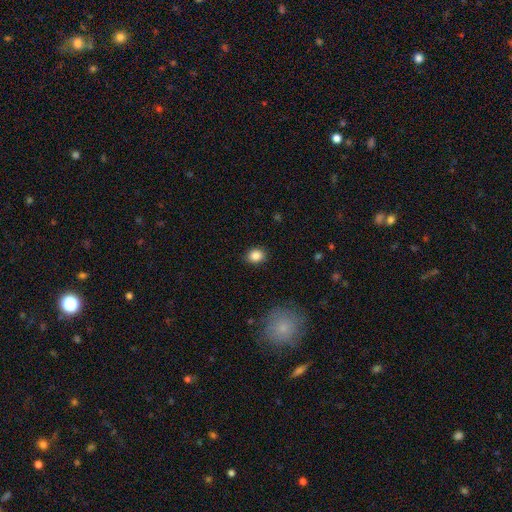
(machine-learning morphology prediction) A smooth galaxy with no disk features (86%) that is round (64%). Merging: none (88%).